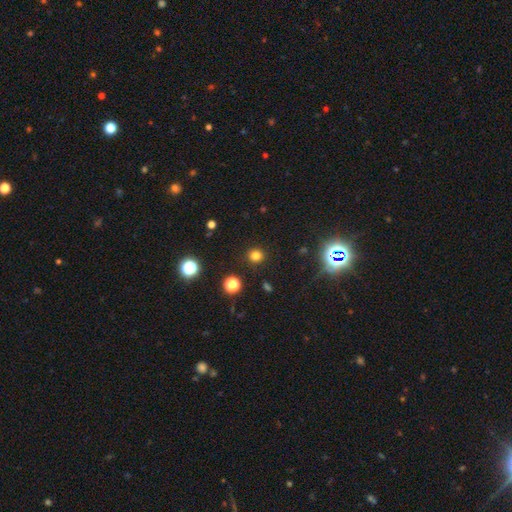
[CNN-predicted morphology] A smooth galaxy with no disk features (77%) that is round (90%).

Vote fractions:
- Smooth or featured? smooth: 77% / star or artifact: 18% / featured or disk: 5%
- How rounded? round: 90% / in between: 9% / cigar-shaped: 1%
- Merging? none: 91% / minor disturbance: 6% / major disturbance: 2% / merger: 1%